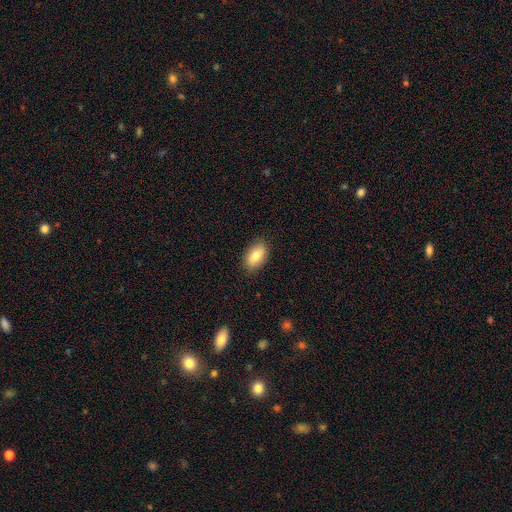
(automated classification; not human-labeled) A smooth galaxy with no disk features (80%) that is in between round and cigar-shaped (91%). Merging: none (87%).